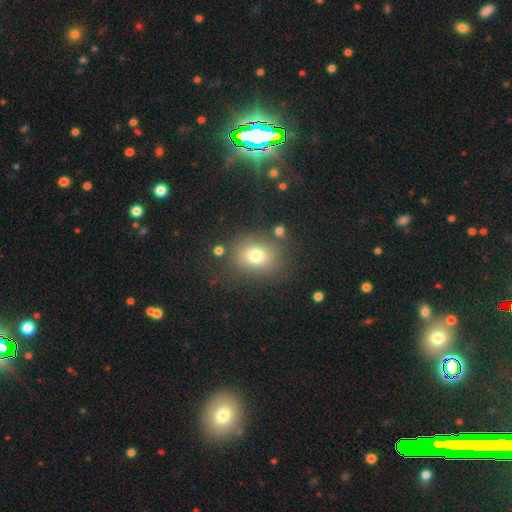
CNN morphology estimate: A smooth galaxy with no disk features (76%) that is round (65%).

Vote fractions:
- Smooth or featured? smooth: 76% / star or artifact: 13% / featured or disk: 11%
- How rounded? round: 65% / in between: 34% / cigar-shaped: 1%
- Merging? none: 77% / minor disturbance: 12% / major disturbance: 6% / merger: 5%